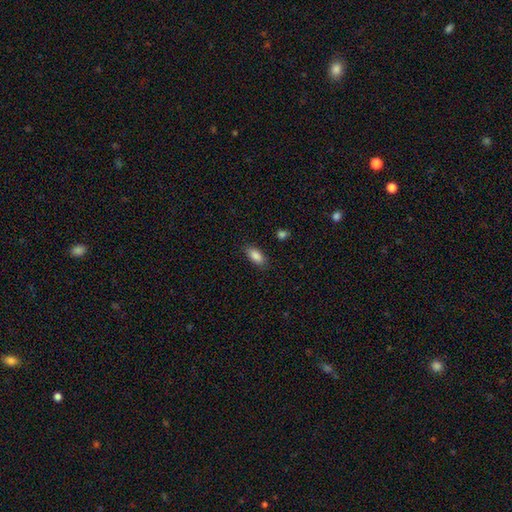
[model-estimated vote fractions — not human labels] This appears to be a smooth galaxy with no disk features (87%) that is in between round and cigar-shaped (87%). Merging: none (86%).